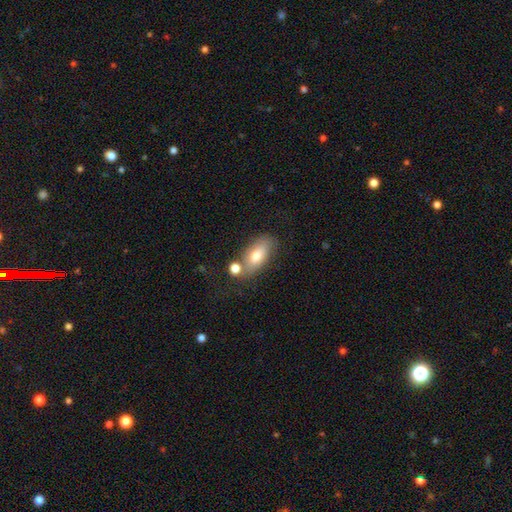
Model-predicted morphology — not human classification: smooth_or_featured: smooth (p=0.73) [alt: featured or disk p=0.19]
how_rounded: in between (p=0.86) [alt: cigar-shaped p=0.08]
merging: none (p=0.62) [alt: merger p=0.17]